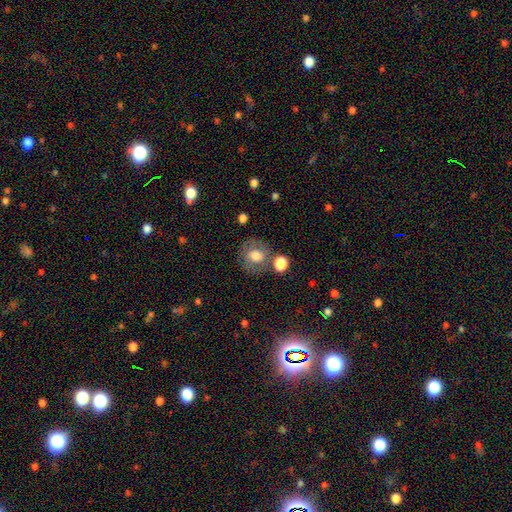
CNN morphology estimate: The model was most divided on "smooth or featured": smooth: 66%, featured or disk: 24%, star or artifact: 10%. More confident: how rounded — round (81%); merging — none (67%).